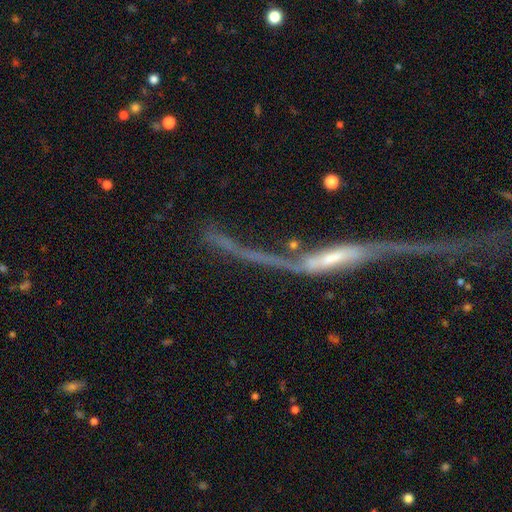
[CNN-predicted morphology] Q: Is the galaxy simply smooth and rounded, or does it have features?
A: featured or disk — 81%.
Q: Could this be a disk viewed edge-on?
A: no — 61%.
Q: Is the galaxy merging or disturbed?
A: major disturbance — 38%.